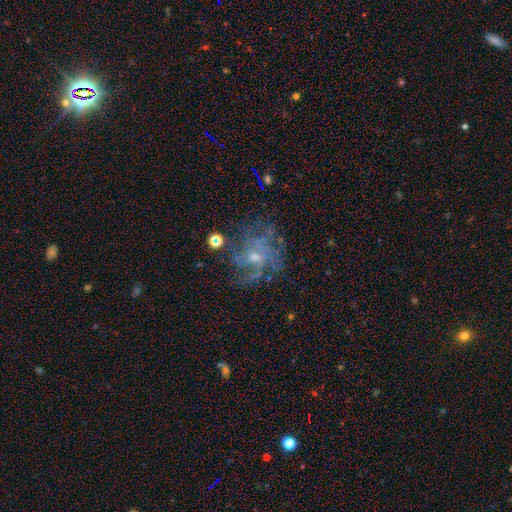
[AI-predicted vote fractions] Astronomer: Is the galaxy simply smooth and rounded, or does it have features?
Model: featured or disk — 66%.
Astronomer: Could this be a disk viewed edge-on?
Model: no — 97%.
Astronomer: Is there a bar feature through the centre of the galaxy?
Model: no — 76%.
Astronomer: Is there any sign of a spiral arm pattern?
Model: yes — 63%.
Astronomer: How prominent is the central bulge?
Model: small — 51% (runner-up: moderate, 40%).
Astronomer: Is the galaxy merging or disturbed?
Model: none — 58%.